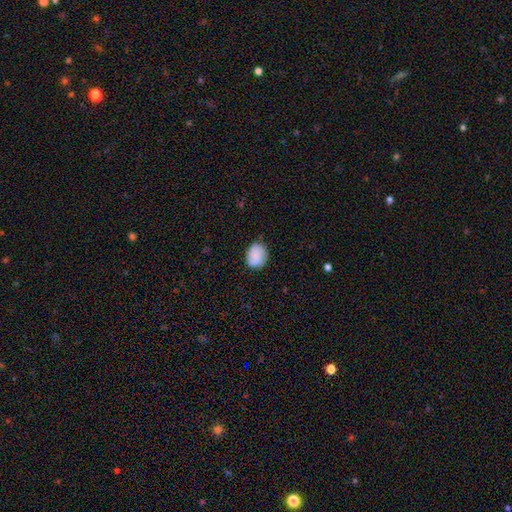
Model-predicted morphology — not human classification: This appears to be a smooth galaxy with no disk features (84%) that is in between round and cigar-shaped (50%, tied with round). Merging: none (78%).